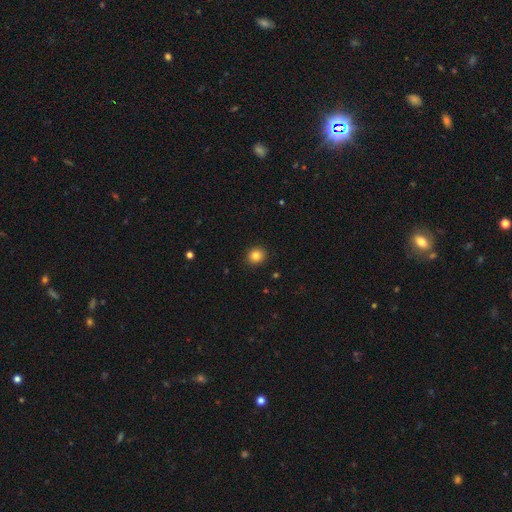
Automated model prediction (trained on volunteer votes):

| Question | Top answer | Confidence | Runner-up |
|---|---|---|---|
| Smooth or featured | smooth | 84% | star or artifact (11%) |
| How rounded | round | 86% | in between (13%) |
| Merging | none | 92% | minor disturbance (5%) |